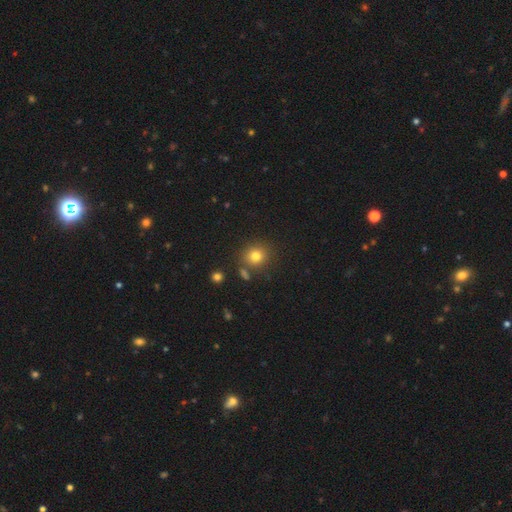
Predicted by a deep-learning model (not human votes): smooth_or_featured: smooth (p=0.78) [alt: star or artifact p=0.14]
how_rounded: round (p=0.83) [alt: in between p=0.16]
merging: none (p=0.79) [alt: minor disturbance p=0.10]